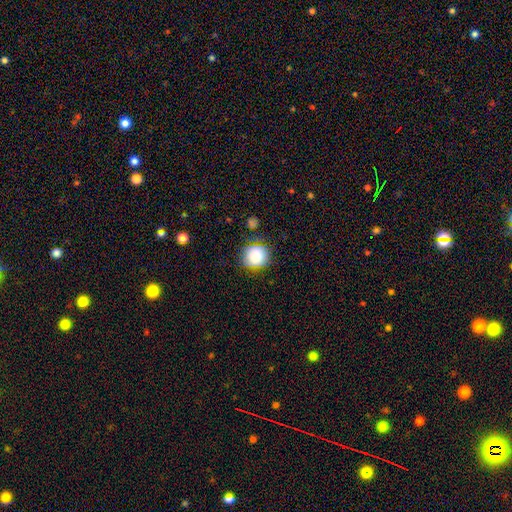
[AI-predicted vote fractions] Morphology: type=smooth (87%); roundness=round (93%); merging=none (80%).